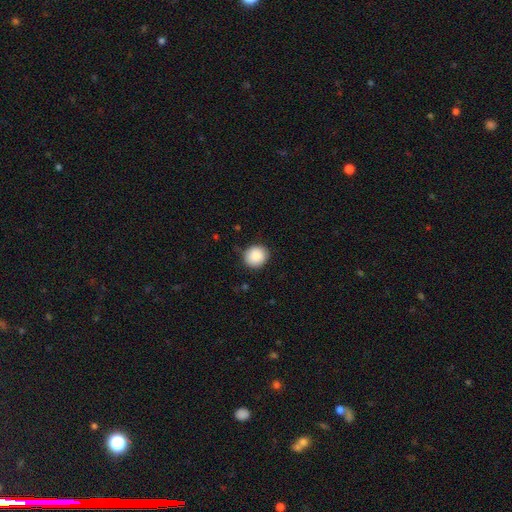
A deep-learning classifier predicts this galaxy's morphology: smooth 89%, star or artifact 8%, featured or disk 3%. Down the decision tree: how rounded — round (86%); merging — none (86%).